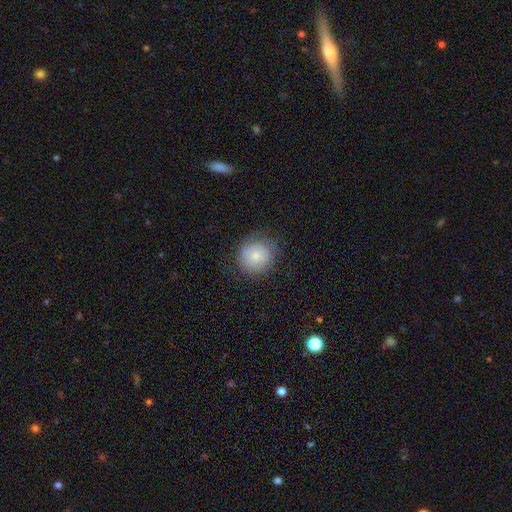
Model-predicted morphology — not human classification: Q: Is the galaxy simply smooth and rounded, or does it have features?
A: smooth — 79%.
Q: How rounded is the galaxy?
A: round — 86%.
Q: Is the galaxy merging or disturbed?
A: none — 77%.